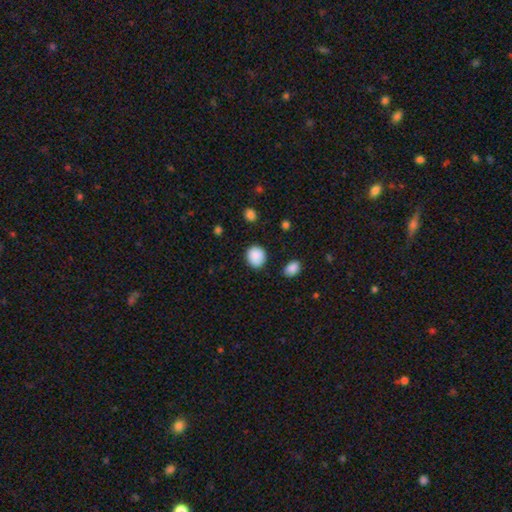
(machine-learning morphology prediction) smooth_or_featured: smooth (p=0.88) [alt: star or artifact p=0.08]
how_rounded: round (p=0.77) [alt: in between p=0.23]
merging: none (p=0.82) [alt: minor disturbance p=0.13]